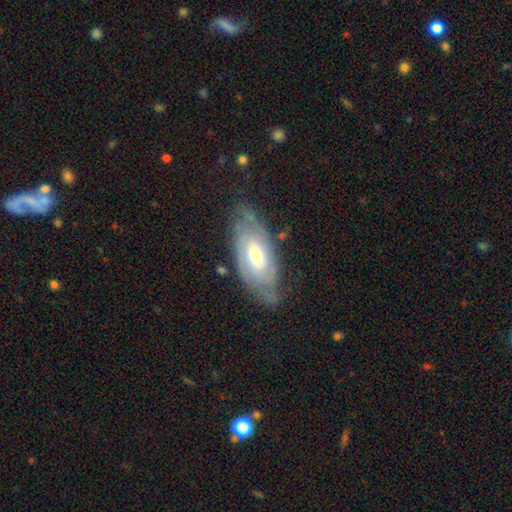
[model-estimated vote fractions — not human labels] Q: Smooth or featured?
A: featured or disk (77%); runner-up: smooth (18%)
Q: Edge-on disk?
A: no (91%); runner-up: yes (9%)
Q: Bar?
A: no (61%); runner-up: weak (32%)
Q: Spiral arms?
A: yes (90%); runner-up: no (10%)
Q: Spiral winding?
A: tight (67%); runner-up: medium (26%)
Q: Spiral arm count?
A: can't tell (45%); runner-up: 2 (33%)
Q: Bulge size?
A: moderate (62%); runner-up: small (30%)
Q: Merging?
A: none (70%); runner-up: minor disturbance (21%)